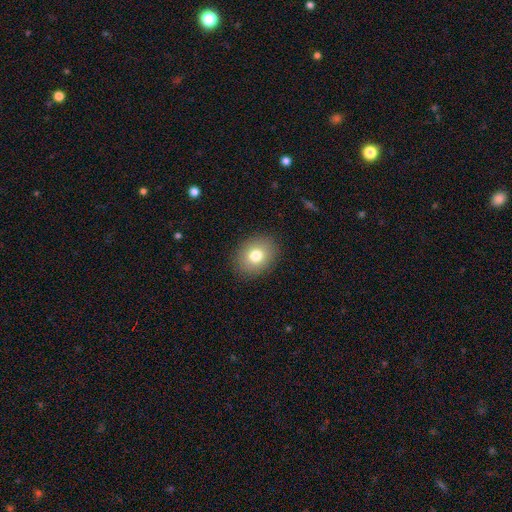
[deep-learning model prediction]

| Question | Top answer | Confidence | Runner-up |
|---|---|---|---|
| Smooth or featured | smooth | 78% | featured or disk (12%) |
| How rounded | round | 56% | in between (43%) |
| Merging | none | 89% | minor disturbance (8%) |